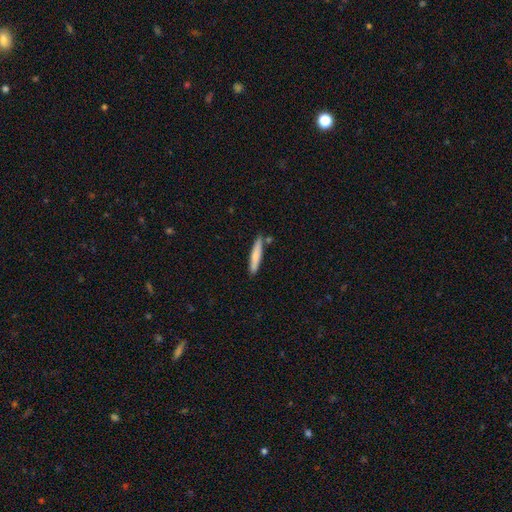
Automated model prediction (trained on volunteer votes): smooth-or-featured: smooth: 73% | featured or disk: 21% | star or artifact: 5%
  how-rounded: cigar-shaped: 91% | in between: 7% | round: 1%
  merging: none: 82% | minor disturbance: 11% | merger: 5% | major disturbance: 2%